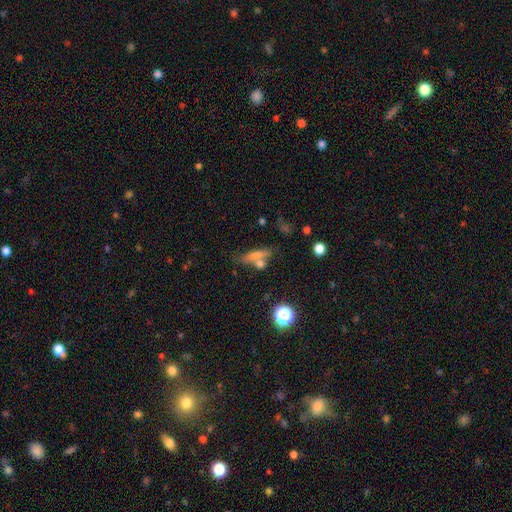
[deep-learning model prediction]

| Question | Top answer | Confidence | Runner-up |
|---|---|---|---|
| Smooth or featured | smooth | 56% | featured or disk (26%) |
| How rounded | cigar-shaped | 66% | in between (25%) |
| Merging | none | 60% | merger (20%) |